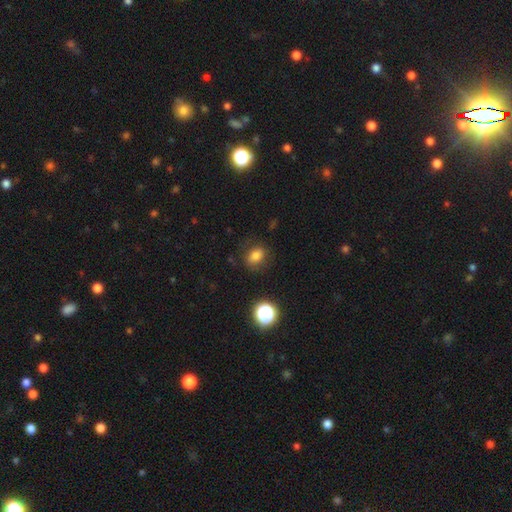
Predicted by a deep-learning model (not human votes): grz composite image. It shows a smooth galaxy with no disk features (78%) that is in between round and cigar-shaped (60%). Merging: none (79%).